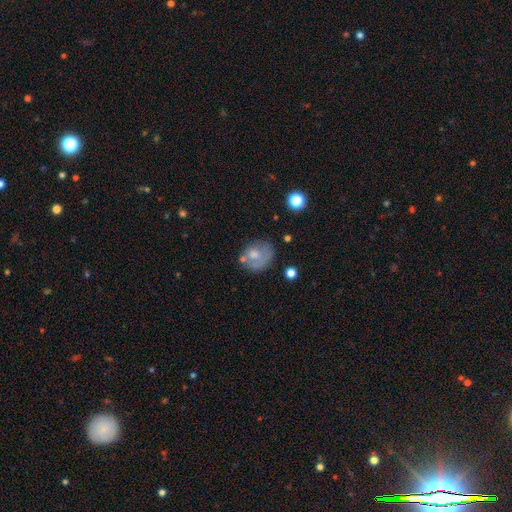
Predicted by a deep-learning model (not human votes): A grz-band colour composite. It shows a smooth galaxy with no disk features (60%) that is round (61%). Merging: none (51%).